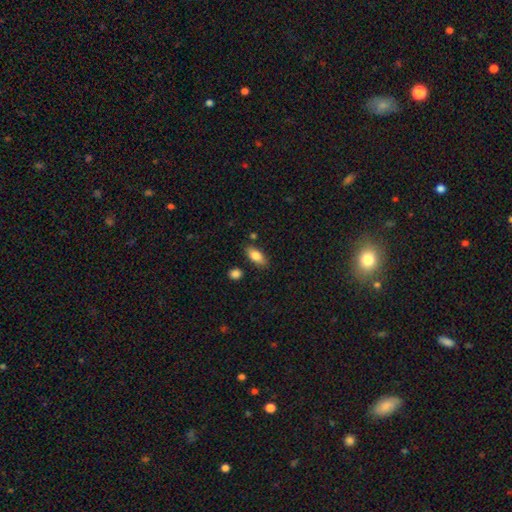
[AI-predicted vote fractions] smooth 82%, featured or disk 11%, star or artifact 7%. Down the decision tree: how rounded — in between (85%); merging — none (81%).